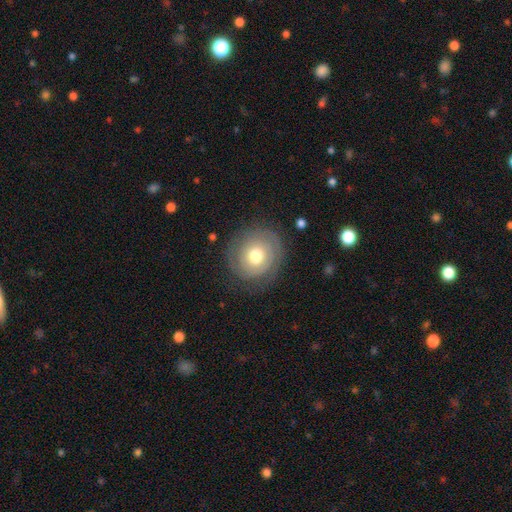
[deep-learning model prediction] Smooth or featured: featured or disk — 49% (smooth — 44%)
Merging: none — 76% (minor disturbance — 15%)